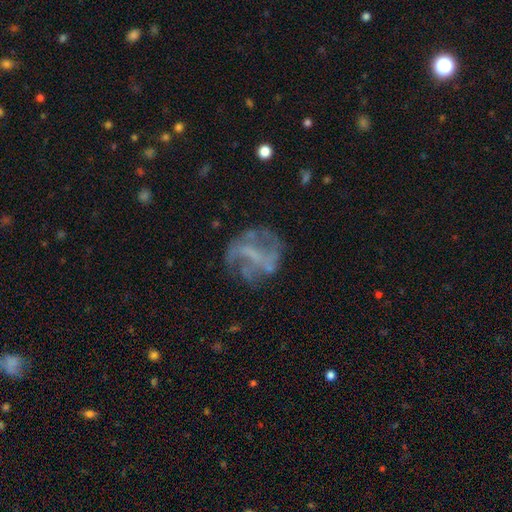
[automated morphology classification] Smooth or featured? featured or disk (70%)
Edge-on disk? no (97%)
Bar? no (37%, tied with weak)
Spiral arms? yes (69%)
Bulge size? none (65%)
Merging? none (59%)